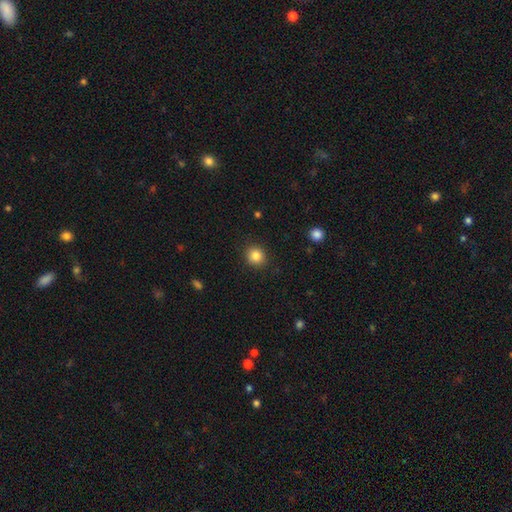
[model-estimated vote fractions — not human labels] smooth-or-featured: smooth: 84% | star or artifact: 11% | featured or disk: 5%
  how-rounded: round: 87% | in between: 12% | cigar-shaped: 1%
  merging: none: 90% | minor disturbance: 7% | major disturbance: 2% | merger: 1%